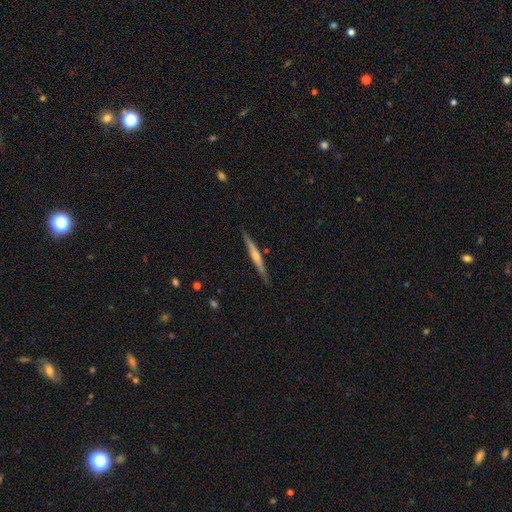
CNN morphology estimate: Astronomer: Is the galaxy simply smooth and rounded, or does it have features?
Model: featured or disk — 59% (runner-up: smooth, 36%).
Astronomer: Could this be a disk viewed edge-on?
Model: yes — 97%.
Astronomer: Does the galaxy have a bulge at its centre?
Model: rounded — 55% (runner-up: none, 34%).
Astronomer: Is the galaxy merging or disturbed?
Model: none — 87%.